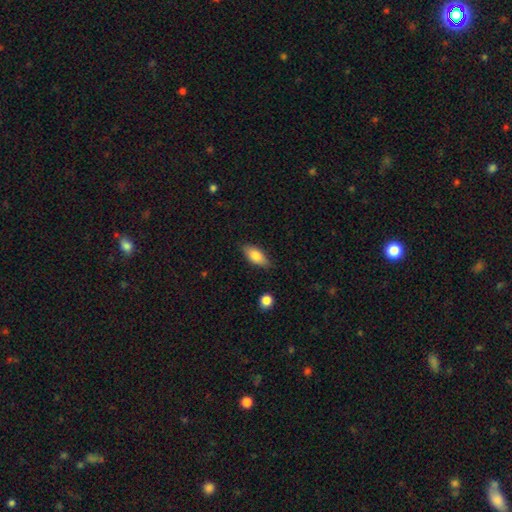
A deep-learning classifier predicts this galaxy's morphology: This appears to be a smooth galaxy with no disk features (78%) that is in between round and cigar-shaped (83%). Merging: none (83%).